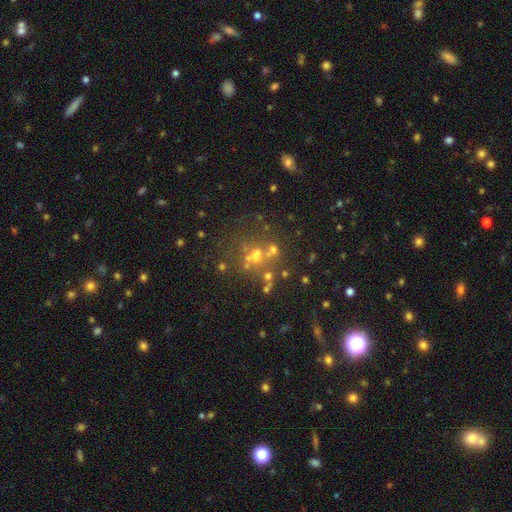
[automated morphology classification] Overall: smooth (39%; star or artifact 36%). Merging: none (52%; merger 28%).